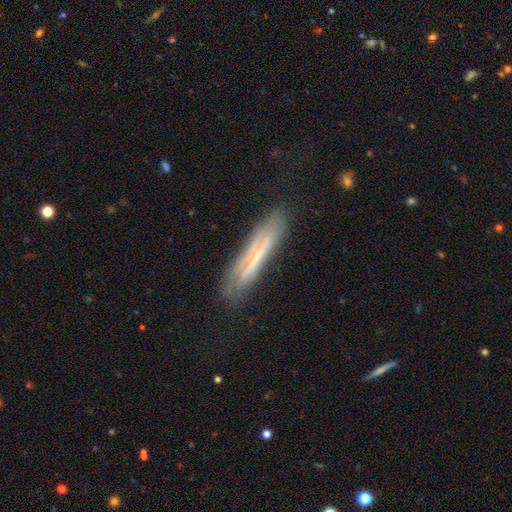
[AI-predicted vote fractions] This is possibly a featured or disk galaxy (51%). It is likely viewed edge-on (68%). Merging: likely none (73%).